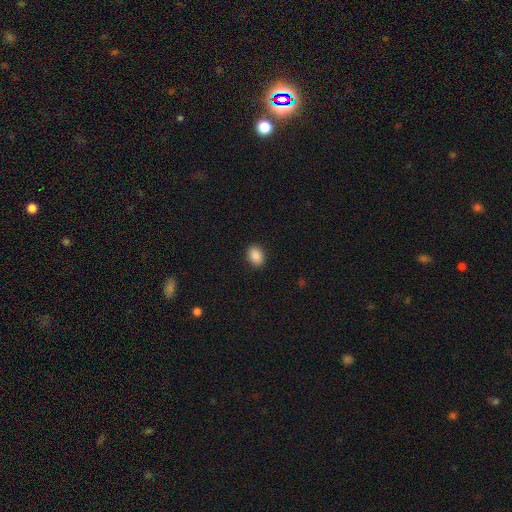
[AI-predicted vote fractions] Smooth or featured: smooth — 89% (star or artifact — 8%)
How rounded: in between — 74% (round — 25%)
Merging: none — 90% (minor disturbance — 7%)